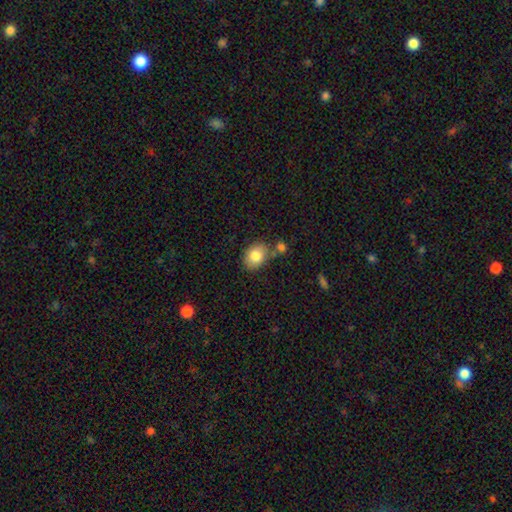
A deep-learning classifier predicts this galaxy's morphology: type=smooth (82%); roundness=in between (69%); merging=none (68%).